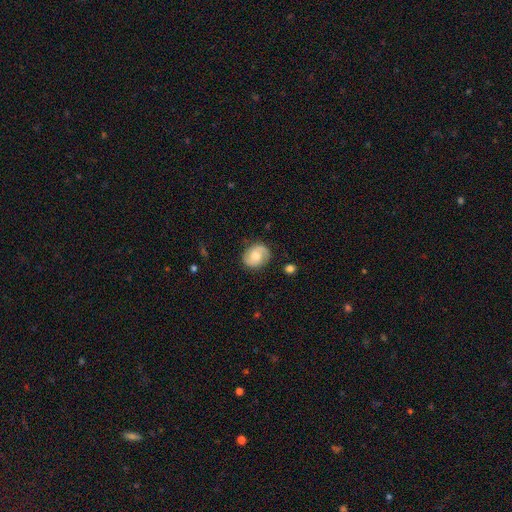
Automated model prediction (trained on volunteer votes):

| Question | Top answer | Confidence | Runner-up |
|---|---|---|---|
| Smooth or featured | featured or disk | 61% | smooth (32%) |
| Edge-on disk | no | 98% | yes (2%) |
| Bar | no | 54% | weak (38%) |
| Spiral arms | yes | 91% | no (9%) |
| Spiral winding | medium | 46% | tight (32%) |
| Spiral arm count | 2 | 88% | can't tell (6%) |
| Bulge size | moderate | 62% | small (22%) |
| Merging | none | 81% | minor disturbance (13%) |